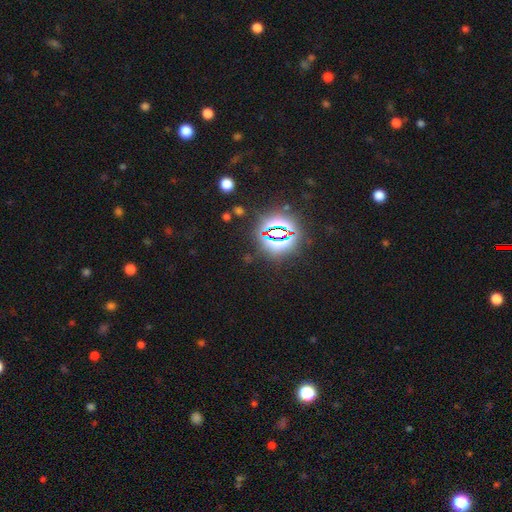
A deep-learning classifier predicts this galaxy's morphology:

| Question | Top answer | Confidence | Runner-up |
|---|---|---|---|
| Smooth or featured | star or artifact | 84% | smooth (10%) |